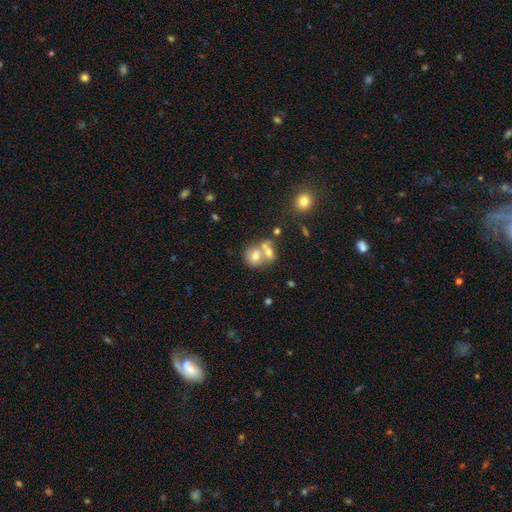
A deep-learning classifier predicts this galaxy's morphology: smooth 64%, featured or disk 25%, star or artifact 11%. Down the decision tree: how rounded — round (66%); merging — merger (62%).